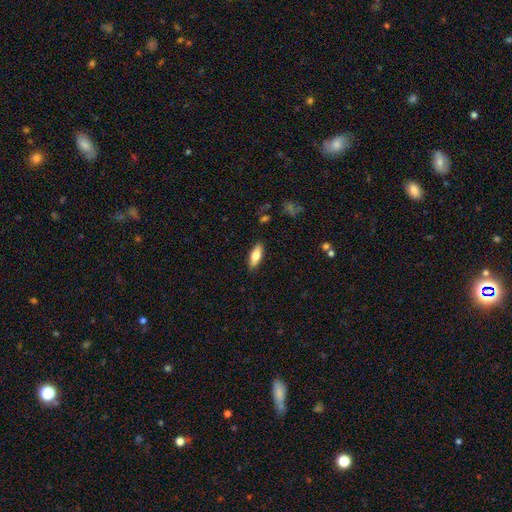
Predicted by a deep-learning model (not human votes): smooth-or-featured: smooth: 74% | featured or disk: 19% | star or artifact: 6%
  how-rounded: in between: 70% | cigar-shaped: 27% | round: 2%
  merging: none: 88% | minor disturbance: 9% | major disturbance: 2% | merger: 1%